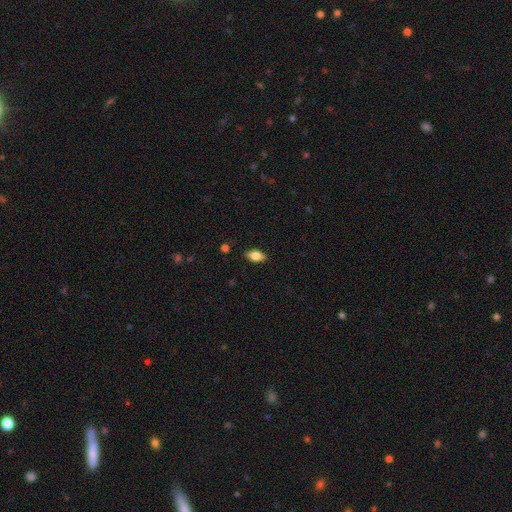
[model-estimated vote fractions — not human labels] Smooth or featured: smooth — 76% (featured or disk — 17%)
How rounded: in between — 89% (cigar-shaped — 7%)
Merging: none — 86% (minor disturbance — 10%)